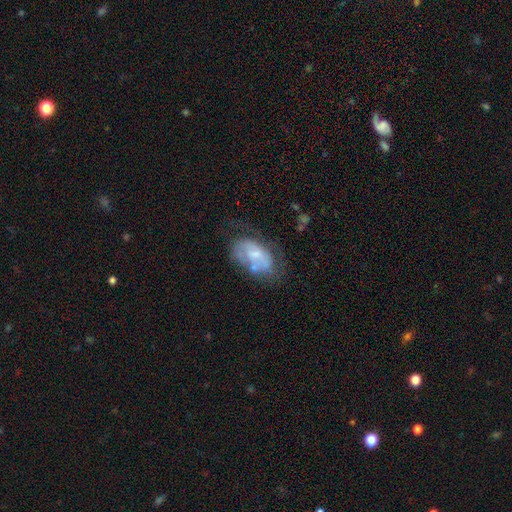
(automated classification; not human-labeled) Q: Smooth or featured?
A: featured or disk (52%); runner-up: smooth (40%)
Q: Edge-on disk?
A: no (96%); runner-up: yes (4%)
Q: Merging?
A: none (39%); runner-up: minor disturbance (28%)